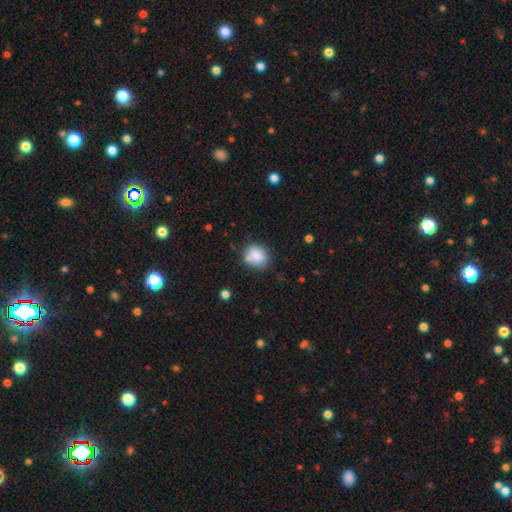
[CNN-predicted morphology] type=smooth (82%); roundness=round (63%); merging=none (65%).